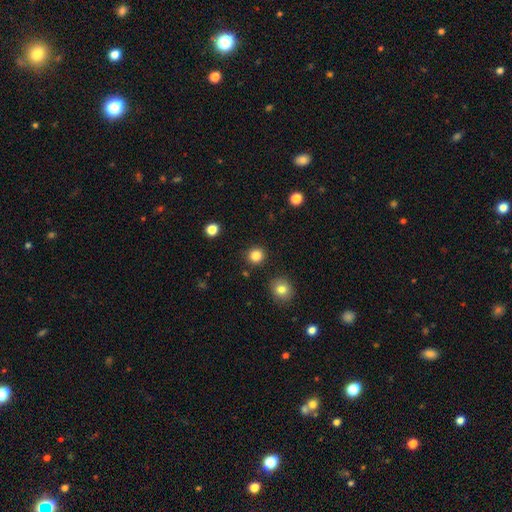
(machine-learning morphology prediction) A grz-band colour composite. It shows a smooth galaxy with no disk features (85%) that is round (92%). Merging: none (90%).